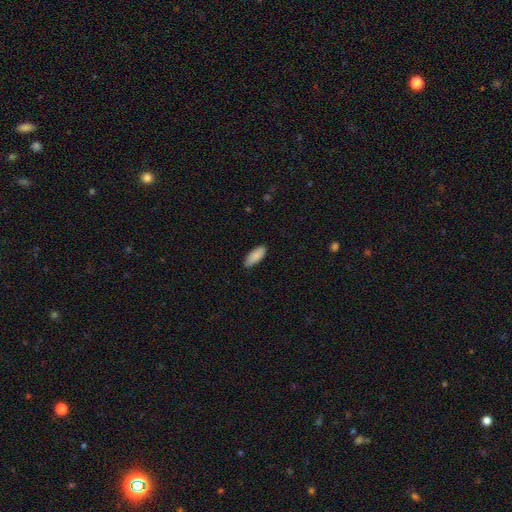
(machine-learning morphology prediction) type=smooth (89%); roundness=in between (81%); merging=none (83%).